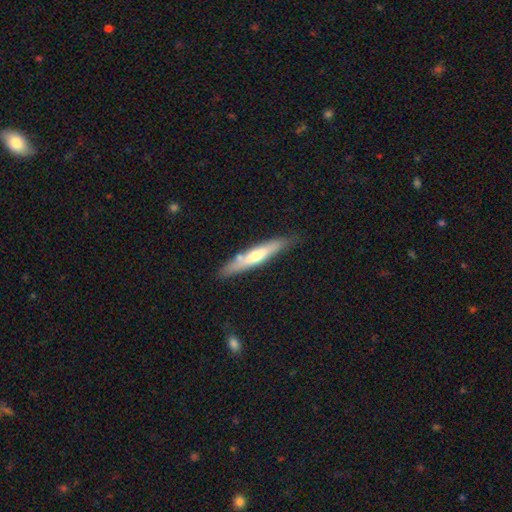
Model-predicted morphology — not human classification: Smooth or featured: smooth — 49% (featured or disk — 46%)
Merging: none — 78% (minor disturbance — 14%)